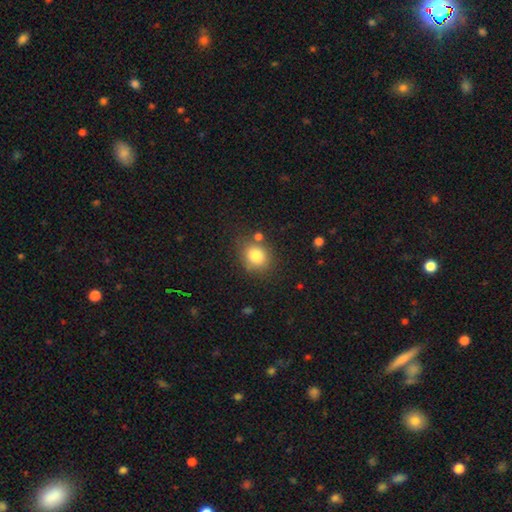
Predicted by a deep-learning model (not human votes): Smooth or featured?
  - smooth: 82% *
  - star or artifact: 10%
  - featured or disk: 8%
How rounded?
  - round: 66% *
  - in between: 33%
  - cigar-shaped: 1%
Merging?
  - none: 72% *
  - minor disturbance: 15%
  - merger: 8%
  - major disturbance: 5%